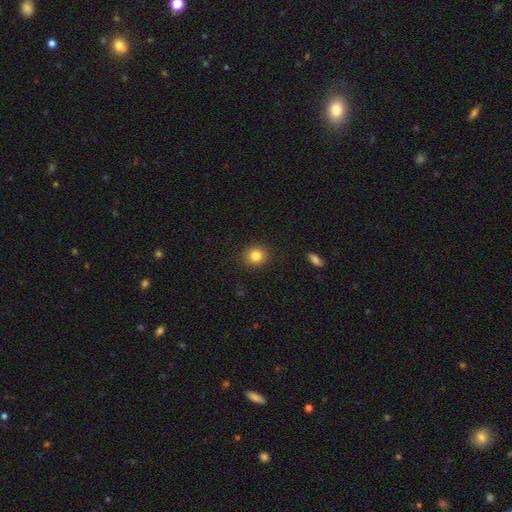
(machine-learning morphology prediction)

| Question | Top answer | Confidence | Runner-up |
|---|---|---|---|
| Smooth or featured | smooth | 84% | star or artifact (11%) |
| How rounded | round | 89% | in between (10%) |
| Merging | none | 91% | minor disturbance (6%) |